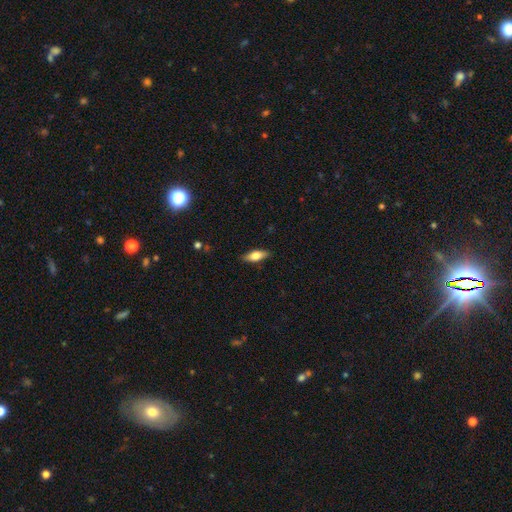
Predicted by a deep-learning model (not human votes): This is likely a smooth galaxy (69%). How rounded: likely in between (67%). Merging: clearly none (87%).